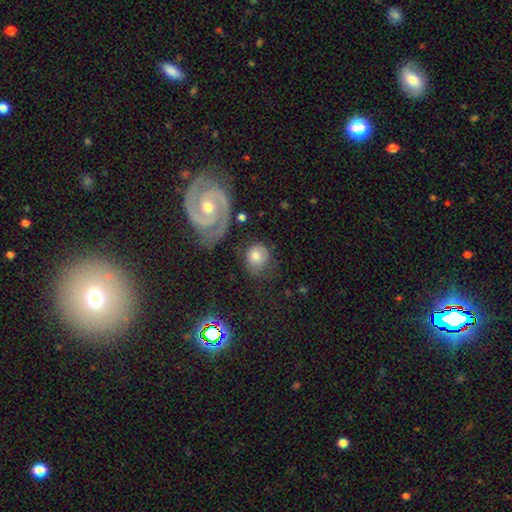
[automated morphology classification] type=smooth (61%); roundness=round (77%); merging=none (58%).